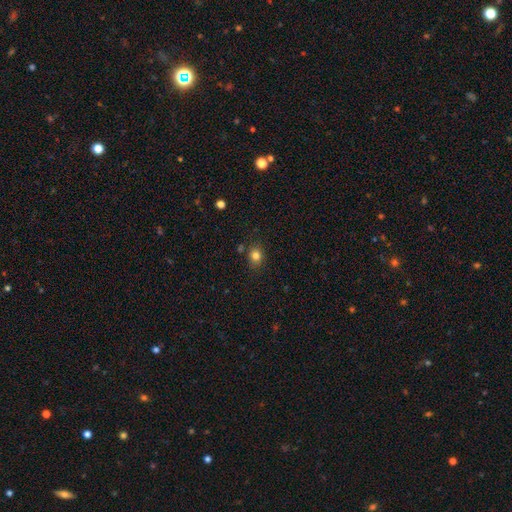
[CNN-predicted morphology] type=smooth (81%); roundness=round (63%); merging=none (81%).